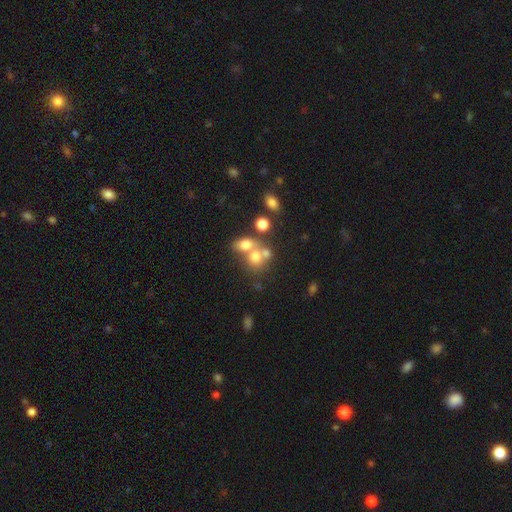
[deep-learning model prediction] Q: Smooth or featured?
A: smooth (65%); runner-up: featured or disk (20%)
Q: How rounded?
A: round (58%); runner-up: in between (40%)
Q: Merging?
A: merger (51%); runner-up: none (33%)